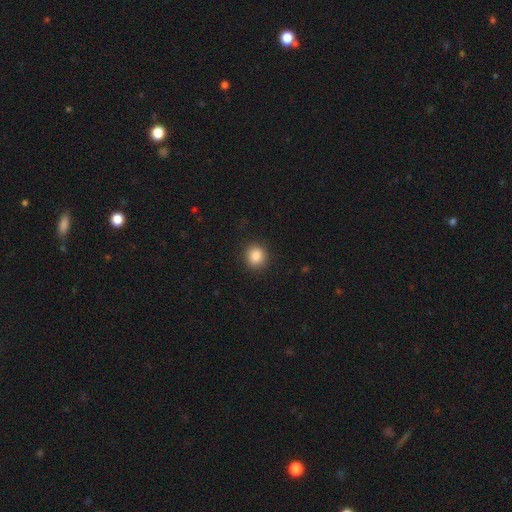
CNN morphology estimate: Overall: smooth (87%). How rounded: round (86%). Merging: none (90%).